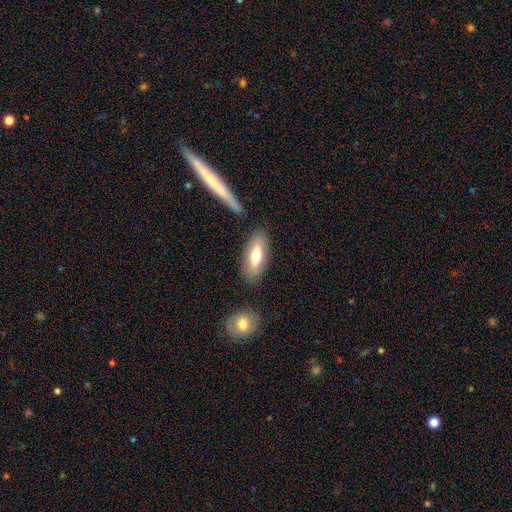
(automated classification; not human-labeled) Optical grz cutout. It shows a smooth galaxy with no disk features (65%) that is in between round and cigar-shaped (72%). Merging: none (81%).